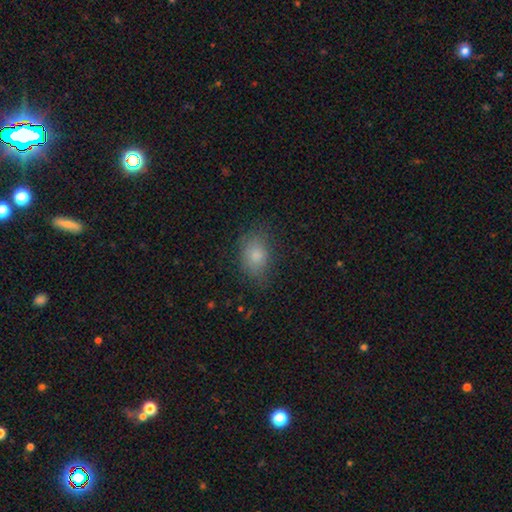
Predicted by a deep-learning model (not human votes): Smooth or featured? Predicted: smooth (p=0.80). How rounded? Predicted: in between (p=0.73). Merging? Predicted: none (p=0.76).